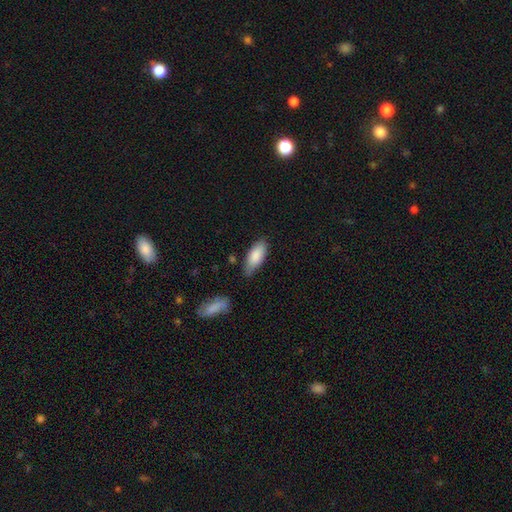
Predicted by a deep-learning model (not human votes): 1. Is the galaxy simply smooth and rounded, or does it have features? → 86% smooth, 9% featured or disk, 6% star or artifact.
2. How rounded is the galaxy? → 83% in between, 15% cigar-shaped, 2% round.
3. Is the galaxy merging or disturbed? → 62% none, 29% minor disturbance, 5% major disturbance, 4% merger.